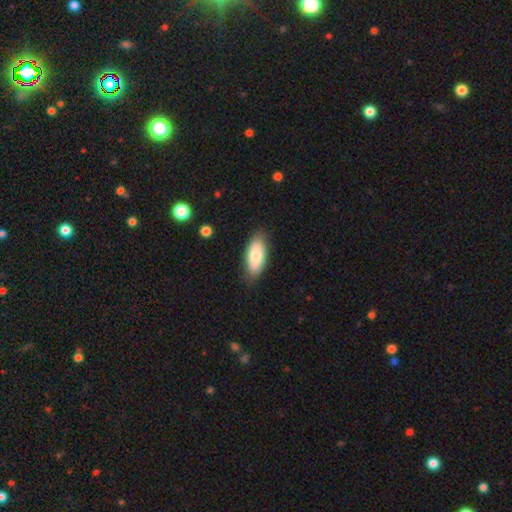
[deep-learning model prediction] Smooth or featured?
  - smooth: 74% *
  - featured or disk: 20%
  - star or artifact: 6%
How rounded?
  - in between: 89% *
  - cigar-shaped: 9%
  - round: 2%
Merging?
  - none: 82% *
  - minor disturbance: 14%
  - major disturbance: 3%
  - merger: 1%